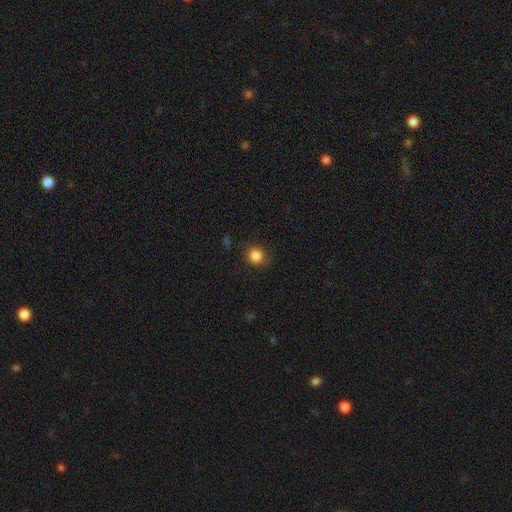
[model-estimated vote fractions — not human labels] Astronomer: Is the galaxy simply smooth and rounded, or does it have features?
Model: smooth — 85%.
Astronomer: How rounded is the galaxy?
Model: round — 82%.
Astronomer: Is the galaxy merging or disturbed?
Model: none — 85%.